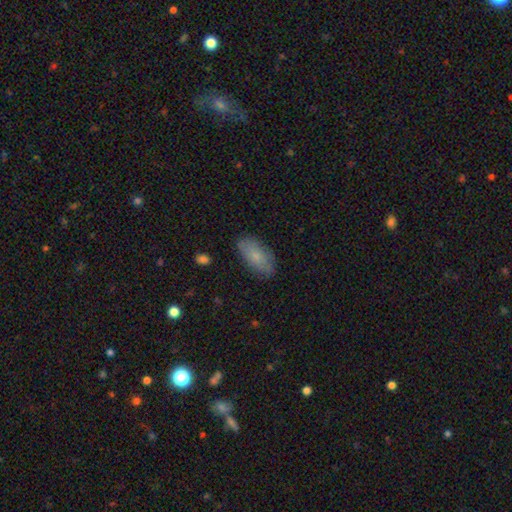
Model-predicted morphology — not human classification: Overall: smooth (78%). How rounded: in between (91%). Merging: none (83%).